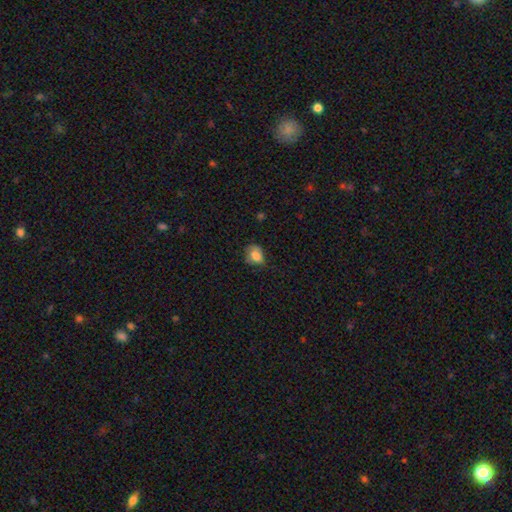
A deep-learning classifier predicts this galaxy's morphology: type=smooth (80%); roundness=in between (51%); merging=none (56%).